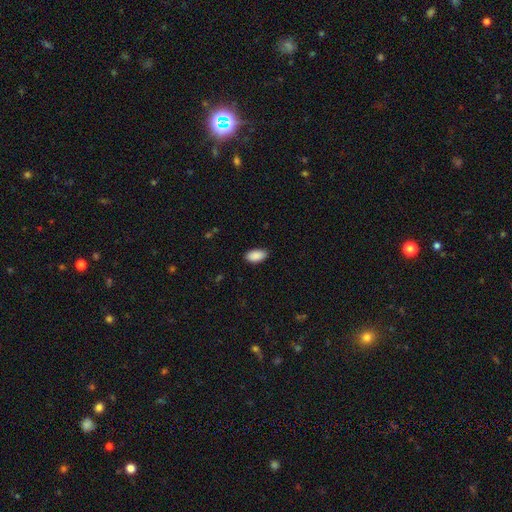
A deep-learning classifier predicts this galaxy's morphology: type=smooth (91%); roundness=in between (95%); merging=none (88%).